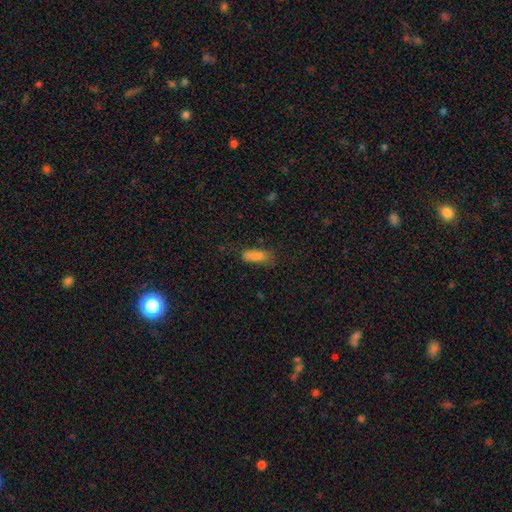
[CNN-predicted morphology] The model was most divided on "merging": none: 57%, minor disturbance: 28%, major disturbance: 12%, merger: 3%. More confident: smooth or featured — smooth (82%); how rounded — in between (65%).